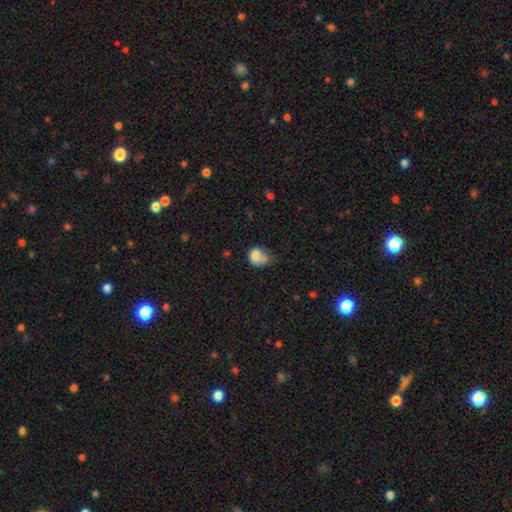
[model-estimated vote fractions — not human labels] smooth 76%, featured or disk 14%, star or artifact 10%. Down the decision tree: how rounded — round (57%); merging — merger (36%).